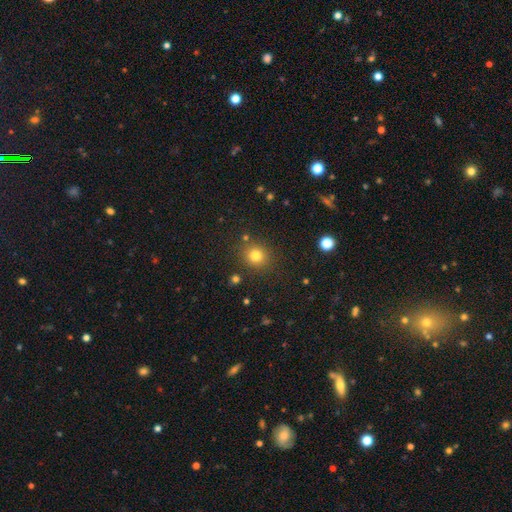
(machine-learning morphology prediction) This is clearly a smooth galaxy (80%). How rounded: clearly round (86%). Merging: clearly none (85%).